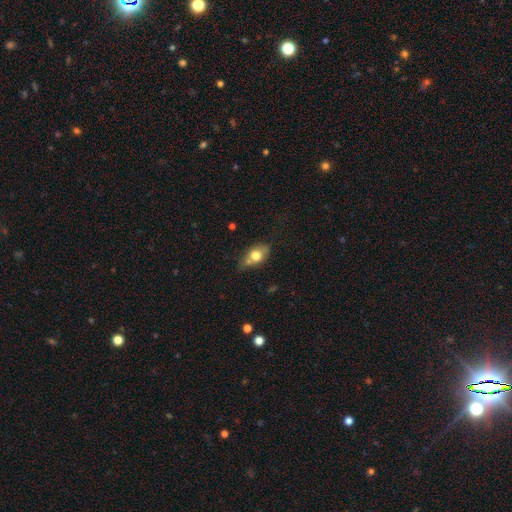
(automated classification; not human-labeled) Overall: smooth (71%). How rounded: in between (74%). Merging: none (45%; minor disturbance 29%).